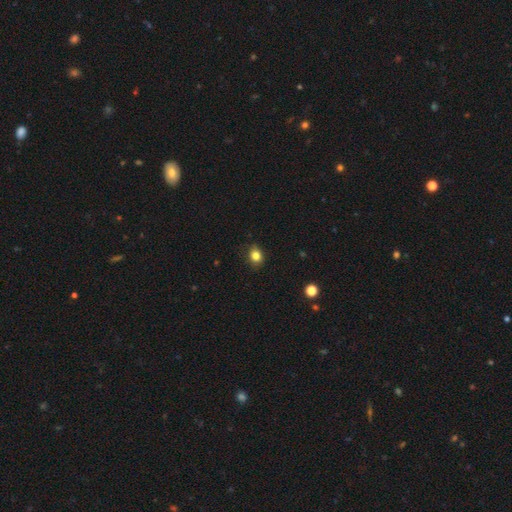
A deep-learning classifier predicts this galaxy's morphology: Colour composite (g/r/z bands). It shows a smooth galaxy with no disk features (83%) that is round (56%). Merging: none (84%).